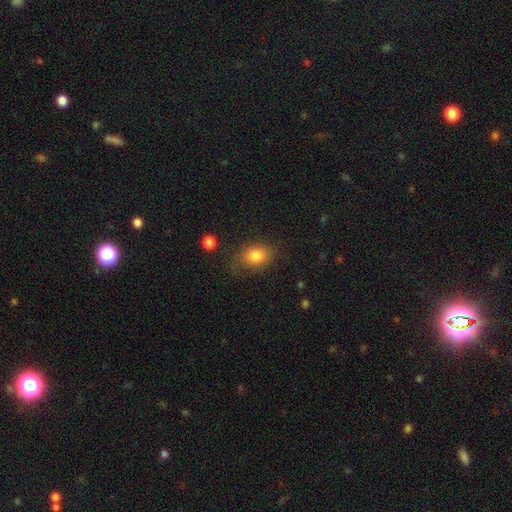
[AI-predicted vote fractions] A smooth galaxy with no disk features (81%) that is in between round and cigar-shaped (65%). Merging: none (71%).